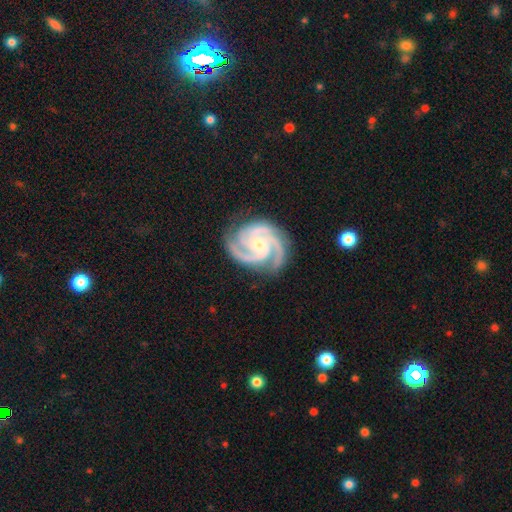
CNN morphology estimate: smooth_or_featured: featured or disk (p=0.94) [alt: star or artifact p=0.03]
disk_edge_on: no (p=0.99) [alt: yes p=0.01]
bar: no (p=0.68) [alt: weak p=0.24]
has_spiral_arms: yes (p=0.99) [alt: no p=0.01]
spiral_winding: tight (p=0.60) [alt: medium p=0.37]
spiral_arm_count: 3 (p=0.75) [alt: 4 p=0.09]
bulge_size: small (p=0.64) [alt: moderate p=0.32]
merging: none (p=0.82) [alt: minor disturbance p=0.13]